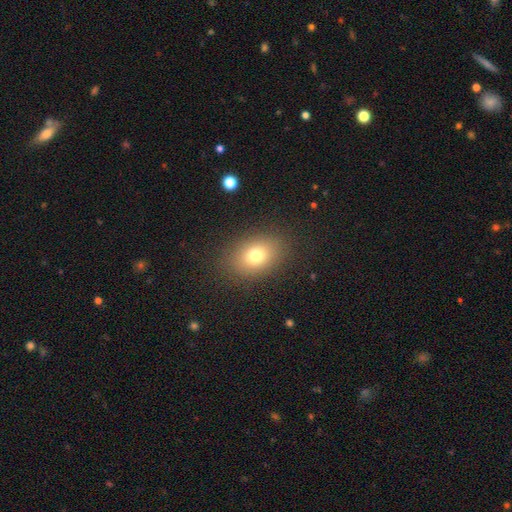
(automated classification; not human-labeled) This appears to be a smooth galaxy with no disk features (76%) that is in between round and cigar-shaped (69%). Merging: none (86%).